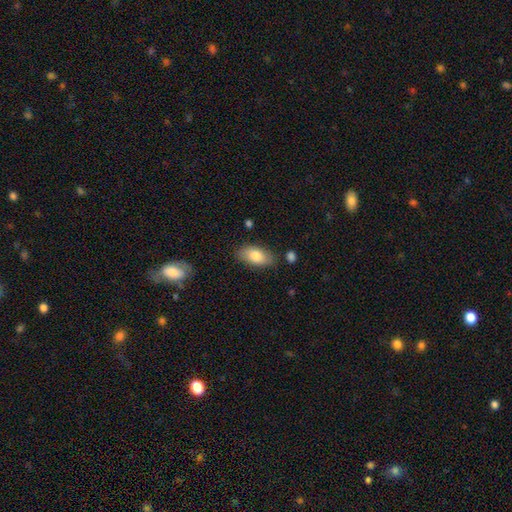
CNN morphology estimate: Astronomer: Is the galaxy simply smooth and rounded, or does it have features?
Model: smooth — 81%.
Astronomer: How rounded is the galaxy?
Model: in between — 92%.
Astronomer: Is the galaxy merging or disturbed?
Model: none — 80%.